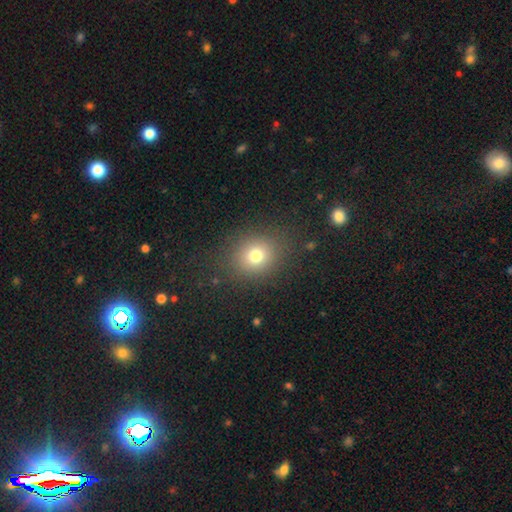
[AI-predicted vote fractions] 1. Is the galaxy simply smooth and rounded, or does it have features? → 75% smooth, 15% star or artifact, 10% featured or disk.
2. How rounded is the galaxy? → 70% round, 29% in between, 1% cigar-shaped.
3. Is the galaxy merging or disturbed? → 84% none, 9% minor disturbance, 5% major disturbance, 1% merger.